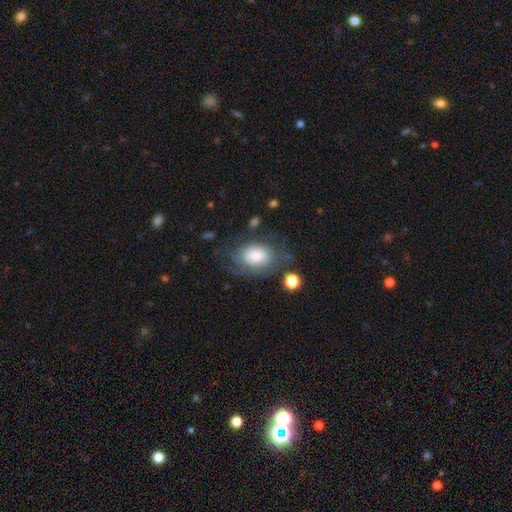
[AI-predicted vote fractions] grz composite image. It shows a smooth galaxy with no disk features (57%) that is in between round and cigar-shaped (76%). Merging: none (52%).